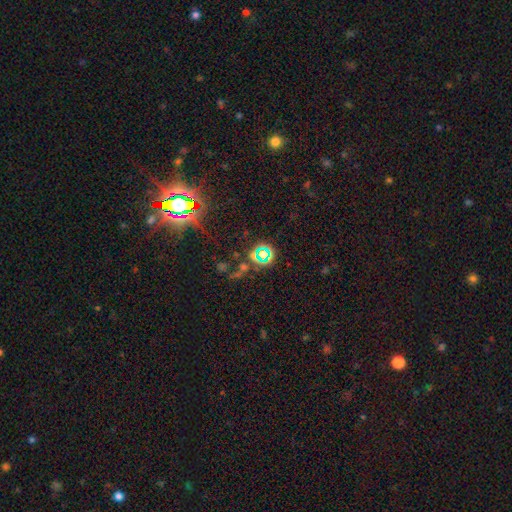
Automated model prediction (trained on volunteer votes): A star or artifact, not a galaxy (73%).

Vote fractions:
- Smooth or featured? star or artifact: 73% / smooth: 16% / featured or disk: 10%